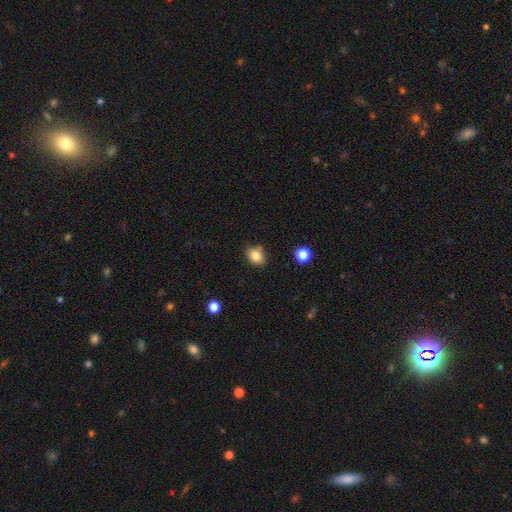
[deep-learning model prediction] Smooth or featured? Predicted: smooth (p=0.84). How rounded? Predicted: in between (p=0.61). Merging? Predicted: none (p=0.77).